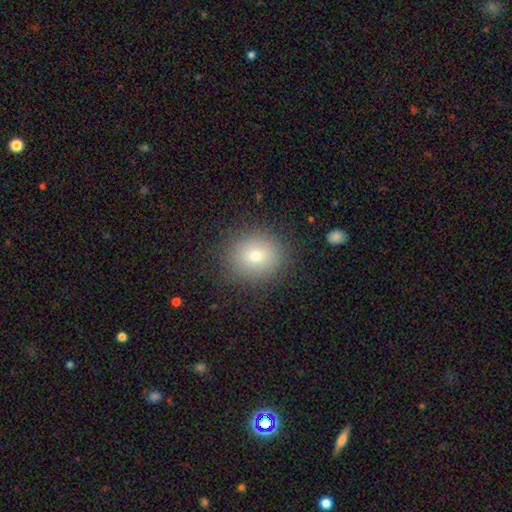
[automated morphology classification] This is likely a smooth galaxy (74%). How rounded: clearly round (82%). Merging: clearly none (87%).